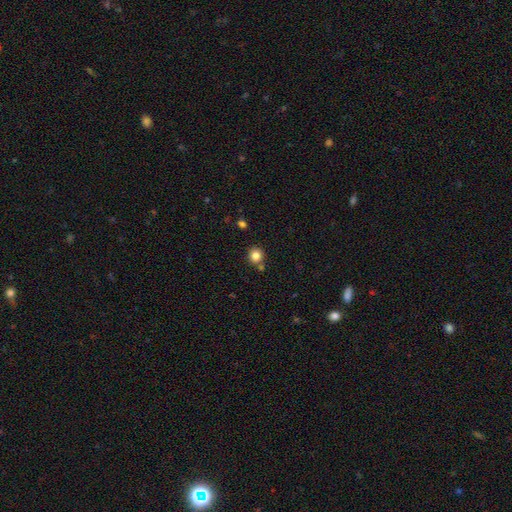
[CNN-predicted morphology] smooth-or-featured: smooth: 83% | star or artifact: 12% | featured or disk: 6%
  how-rounded: round: 88% | in between: 11% | cigar-shaped: 1%
  merging: none: 78% | merger: 11% | minor disturbance: 9% | major disturbance: 3%